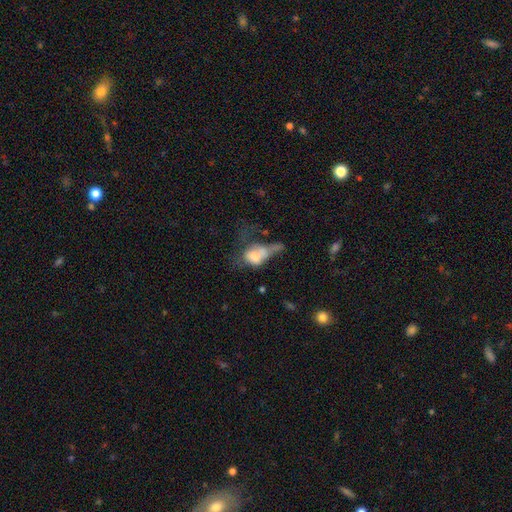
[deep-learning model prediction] Q: Smooth or featured?
A: smooth (60%); runner-up: featured or disk (29%)
Q: How rounded?
A: in between (71%); runner-up: round (25%)
Q: Merging?
A: major disturbance (41%); runner-up: merger (30%)